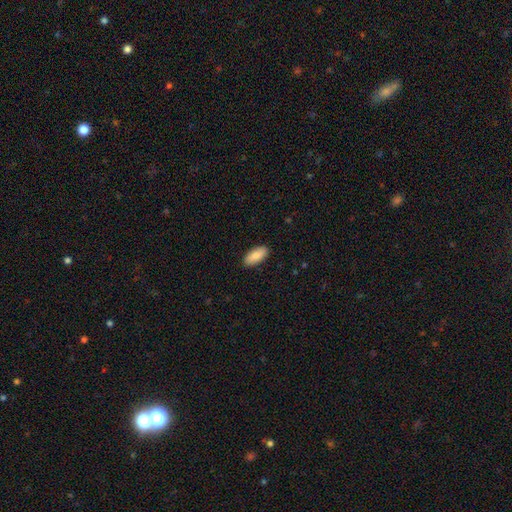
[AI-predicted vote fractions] Overall: smooth (87%). How rounded: in between (87%). Merging: none (90%).